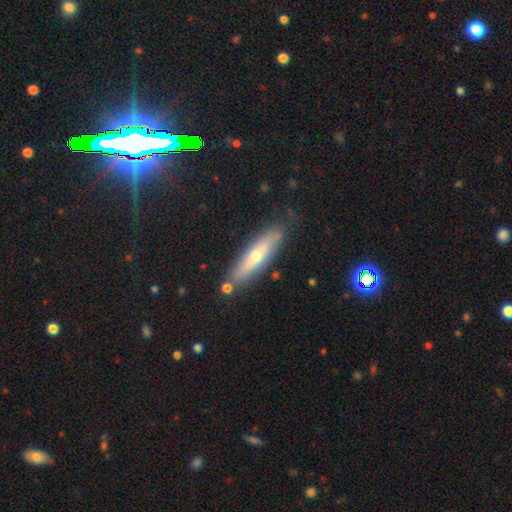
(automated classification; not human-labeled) Q: Smooth or featured?
A: smooth (48%); runner-up: featured or disk (45%)
Q: Merging?
A: none (78%); runner-up: minor disturbance (15%)